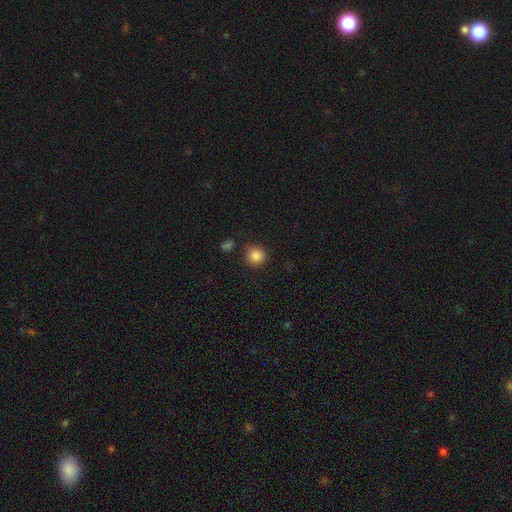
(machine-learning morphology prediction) Smooth or featured?
  - smooth: 86% *
  - star or artifact: 10%
  - featured or disk: 4%
How rounded?
  - round: 93% *
  - in between: 6%
  - cigar-shaped: 1%
Merging?
  - none: 85% *
  - minor disturbance: 8%
  - merger: 4%
  - major disturbance: 3%